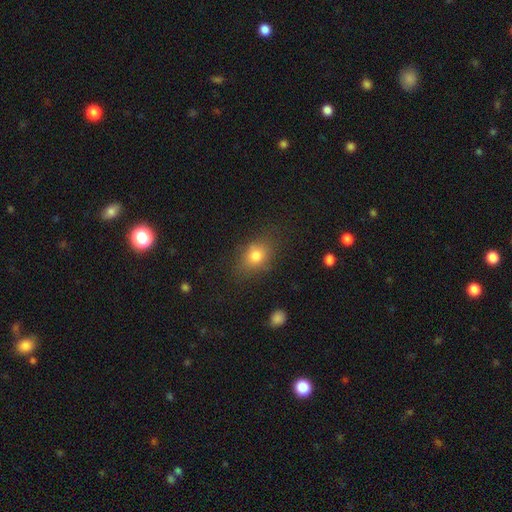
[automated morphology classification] Smooth or featured? smooth (77%)
How rounded? in between (61%)
Merging? none (75%)